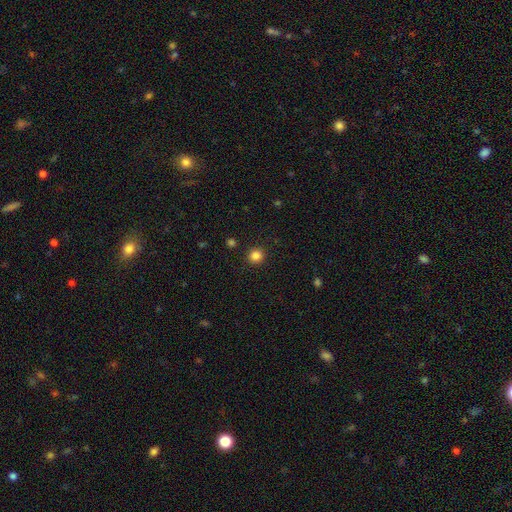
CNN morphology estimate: Smooth or featured?
  - smooth: 84% *
  - star or artifact: 12%
  - featured or disk: 4%
How rounded?
  - round: 94% *
  - in between: 5%
  - cigar-shaped: 1%
Merging?
  - none: 92% *
  - minor disturbance: 5%
  - major disturbance: 2%
  - merger: 1%